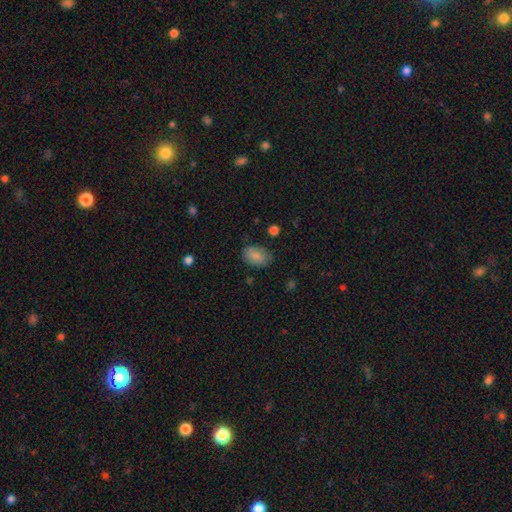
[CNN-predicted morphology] Overall: smooth (85%). How rounded: in between (88%). Merging: none (74%).